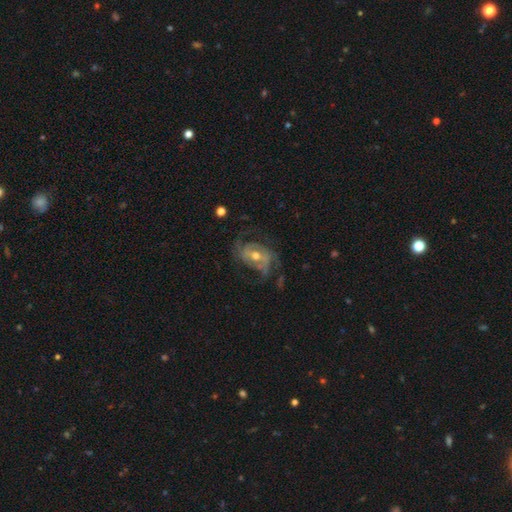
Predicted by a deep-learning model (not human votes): Q: Smooth or featured?
A: featured or disk (84%); runner-up: smooth (9%)
Q: Edge-on disk?
A: no (97%); runner-up: yes (3%)
Q: Bar?
A: weak (40%); runner-up: no (37%)
Q: Spiral arms?
A: yes (91%); runner-up: no (9%)
Q: Spiral winding?
A: medium (45%); runner-up: tight (29%)
Q: Spiral arm count?
A: 2 (46%); runner-up: 3 (21%)
Q: Bulge size?
A: moderate (70%); runner-up: small (25%)
Q: Merging?
A: none (57%); runner-up: major disturbance (21%)